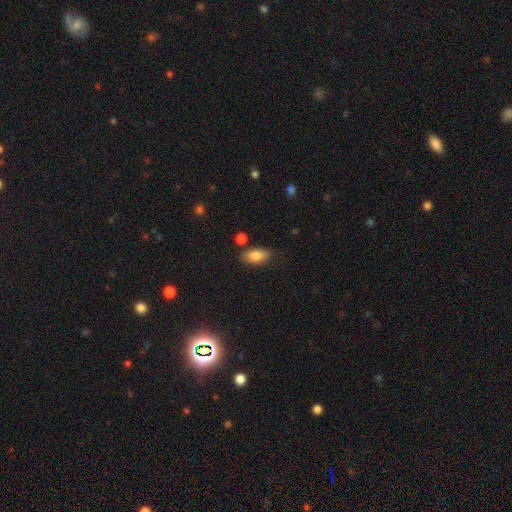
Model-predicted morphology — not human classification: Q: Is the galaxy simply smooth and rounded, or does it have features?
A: smooth — 83%.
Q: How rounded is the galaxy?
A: in between — 90%.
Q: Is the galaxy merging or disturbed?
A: none — 79%.